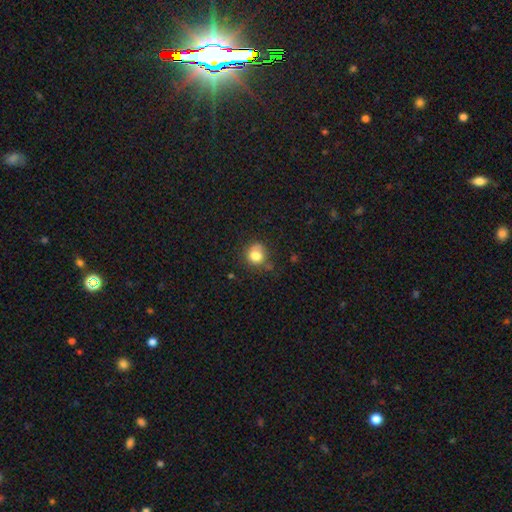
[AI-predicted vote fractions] Smooth or featured? smooth (80%)
How rounded? round (79%)
Merging? none (59%)